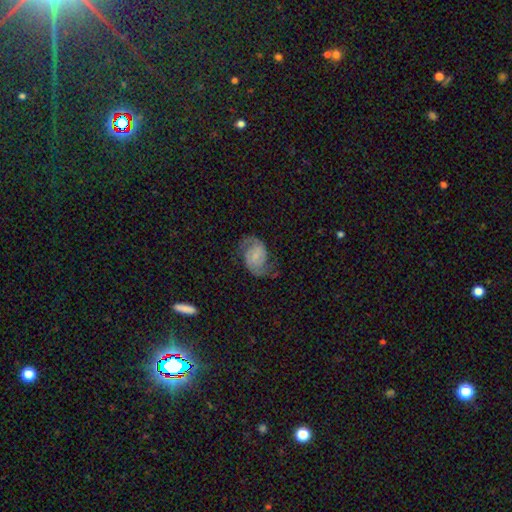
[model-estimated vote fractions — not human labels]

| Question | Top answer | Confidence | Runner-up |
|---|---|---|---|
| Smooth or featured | featured or disk | 79% | smooth (14%) |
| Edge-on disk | no | 98% | yes (2%) |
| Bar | no | 48% | weak (42%) |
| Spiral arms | yes | 96% | no (4%) |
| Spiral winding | medium | 50% | tight (26%) |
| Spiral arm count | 2 | 92% | can't tell (3%) |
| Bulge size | small | 53% | none (24%) |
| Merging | none | 71% | minor disturbance (17%) |